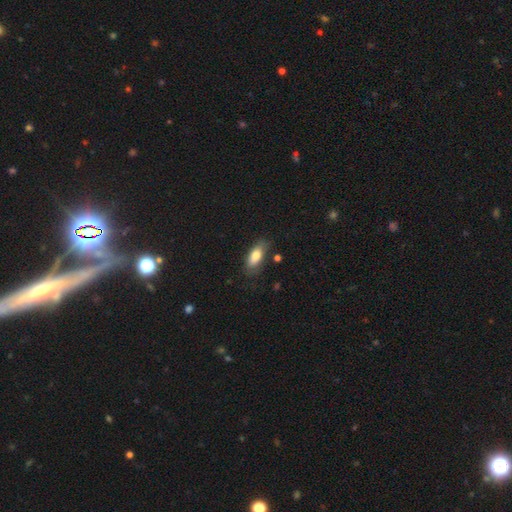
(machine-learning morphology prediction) A smooth galaxy with no disk features (78%) that is in between round and cigar-shaped (82%).

Vote fractions:
- Smooth or featured? smooth: 78% / featured or disk: 15% / star or artifact: 7%
- How rounded? in between: 82% / cigar-shaped: 15% / round: 3%
- Merging? none: 73% / minor disturbance: 20% / major disturbance: 5% / merger: 3%